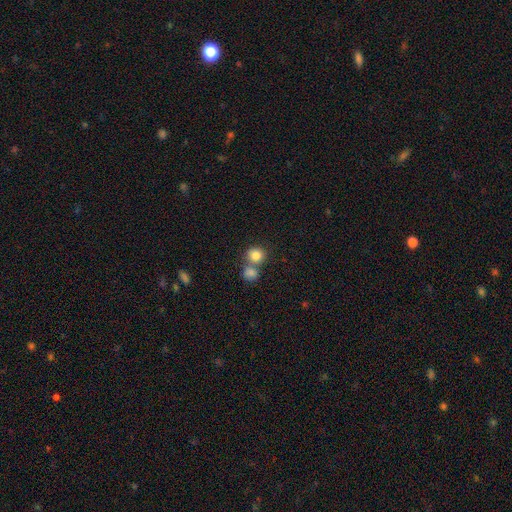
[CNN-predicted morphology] Smooth or featured? Predicted: smooth (p=0.83). How rounded? Predicted: round (p=0.84). Merging? Predicted: none (p=0.50).